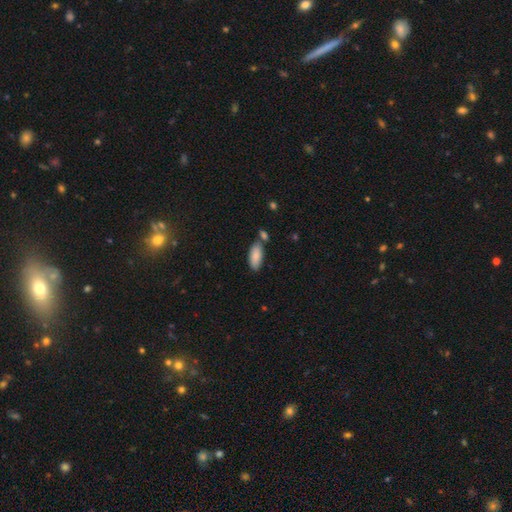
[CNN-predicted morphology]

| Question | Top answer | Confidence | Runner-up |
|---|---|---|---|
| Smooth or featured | smooth | 86% | featured or disk (7%) |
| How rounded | in between | 85% | cigar-shaped (13%) |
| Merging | none | 68% | minor disturbance (14%) |